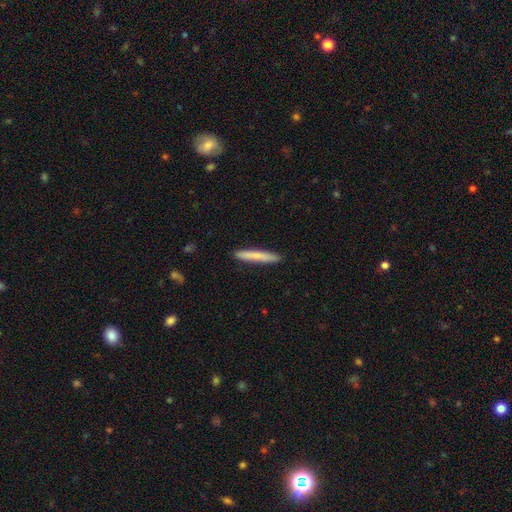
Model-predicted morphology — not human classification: smooth-or-featured: smooth: 75% | featured or disk: 20% | star or artifact: 5%
  how-rounded: cigar-shaped: 96% | in between: 3% | round: 1%
  merging: none: 91% | minor disturbance: 6% | major disturbance: 1% | merger: 1%